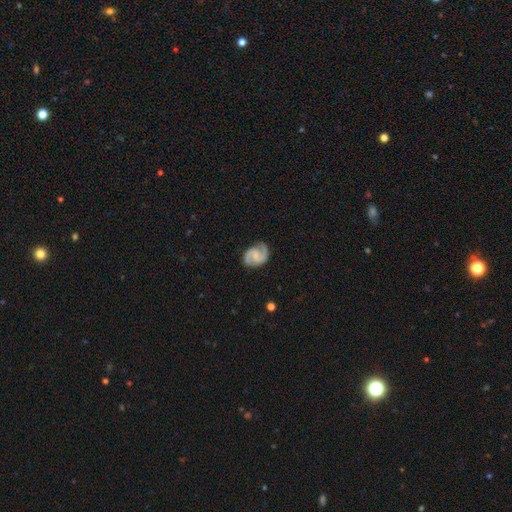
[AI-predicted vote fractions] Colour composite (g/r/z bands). It shows a featured or disk galaxy (88%) with no bar (45%), 2 (93%) medium (56%) spiral arms (98%) and no central bulge (45%). Merging: none (83%).